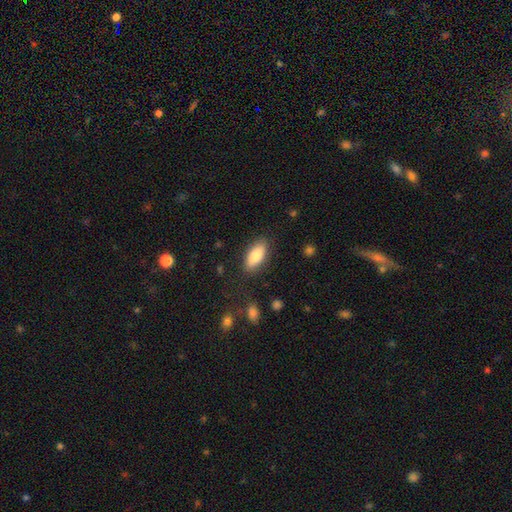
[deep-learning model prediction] Smooth or featured? smooth (81%)
How rounded? in between (85%)
Merging? none (84%)